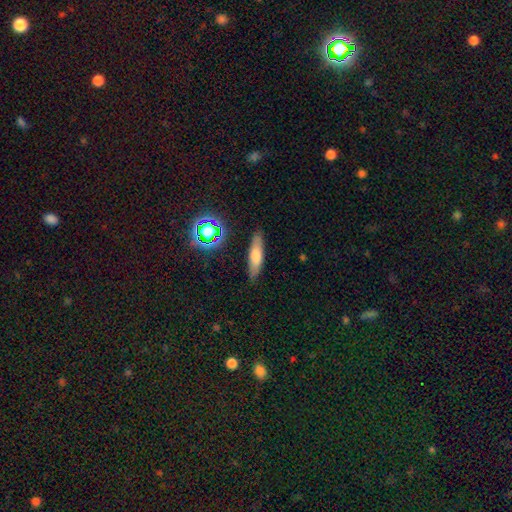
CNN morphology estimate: Smooth or featured: smooth — 67% (featured or disk — 22%)
How rounded: cigar-shaped — 63% (in between — 34%)
Merging: none — 85% (minor disturbance — 11%)